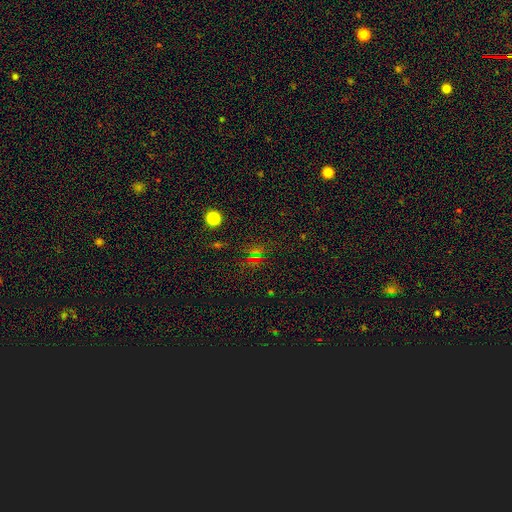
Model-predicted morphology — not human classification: smooth_or_featured: star or artifact (p=0.56) [alt: smooth p=0.36]